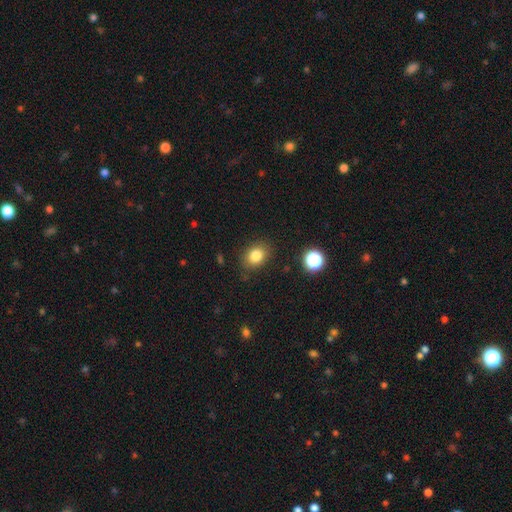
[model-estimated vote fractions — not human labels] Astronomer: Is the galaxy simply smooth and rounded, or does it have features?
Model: smooth — 82%.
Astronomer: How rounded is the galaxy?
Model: in between — 56% (runner-up: round, 43%).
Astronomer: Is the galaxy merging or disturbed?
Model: none — 84%.